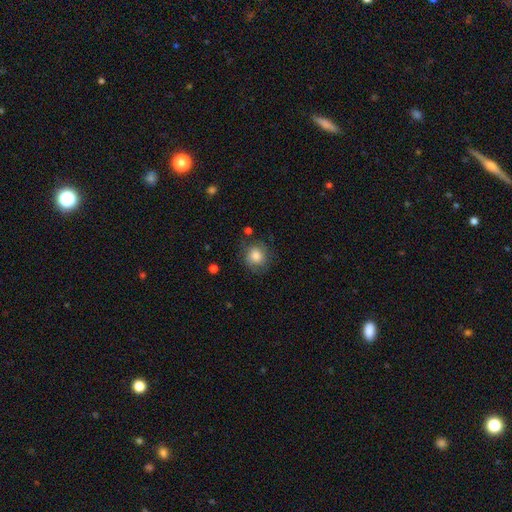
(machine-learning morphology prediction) A smooth galaxy with no disk features (72%) that is round (79%). Merging: none (70%).